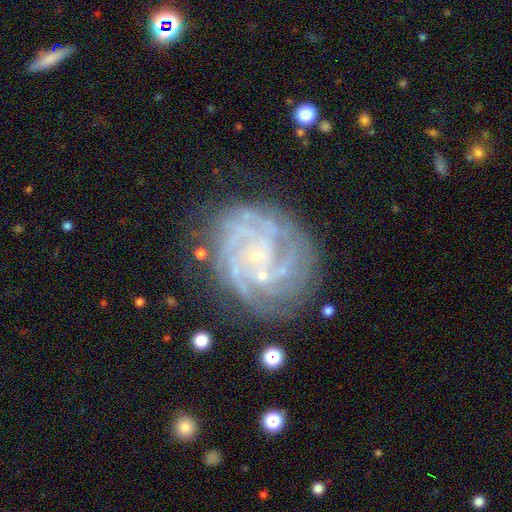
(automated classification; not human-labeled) This is clearly a featured or disk galaxy (87%). It is clearly not viewed edge-on (98%). Bar: likely no (72%). Spiral arm pattern: clearly yes (98%). Spiral arm count: marginally 4 (30%). Spiral winding: likely tight (76%). Central bulge: clearly small (85%). Merging: likely none (75%).